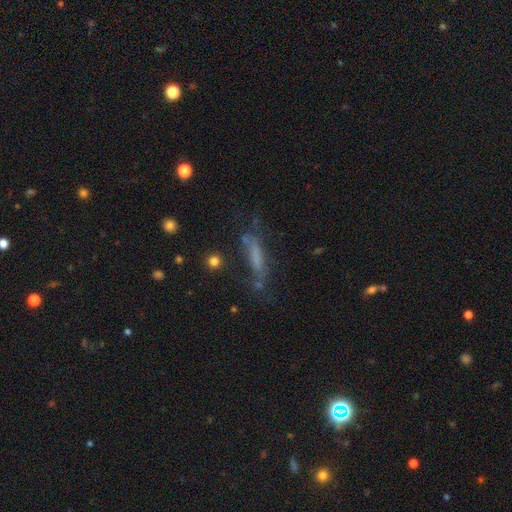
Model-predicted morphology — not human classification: smooth-or-featured: smooth: 49% | featured or disk: 34% | star or artifact: 17%
  merging: none: 54% | minor disturbance: 24% | major disturbance: 17% | merger: 5%